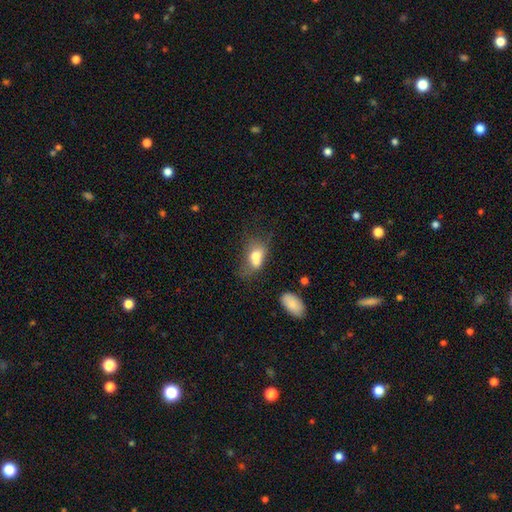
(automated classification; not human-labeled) Smooth or featured? Predicted: smooth (p=0.67). How rounded? Predicted: in between (p=0.70). Merging? Predicted: merger (p=0.49).